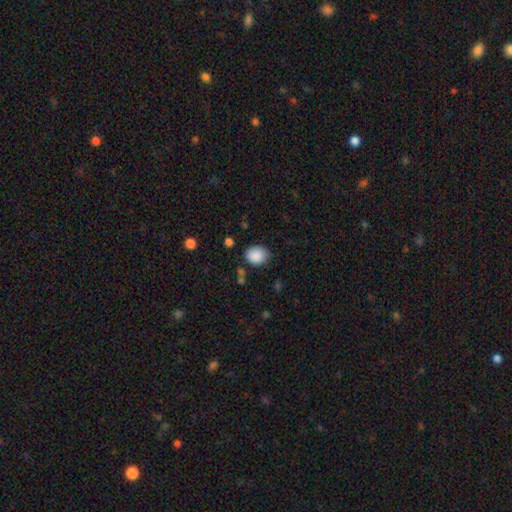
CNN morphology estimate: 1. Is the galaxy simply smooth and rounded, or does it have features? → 88% smooth, 8% star or artifact, 4% featured or disk.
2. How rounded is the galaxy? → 50% in between, 49% round, 1% cigar-shaped.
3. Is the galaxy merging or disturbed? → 76% none, 18% minor disturbance, 4% major disturbance, 2% merger.